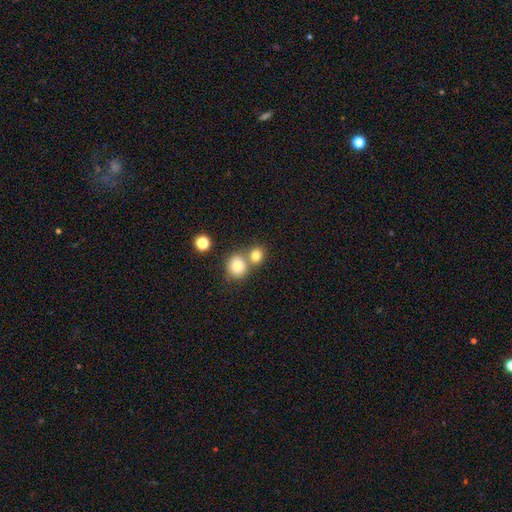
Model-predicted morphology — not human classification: Smooth or featured? smooth (79%)
How rounded? round (79%)
Merging? none (52%)